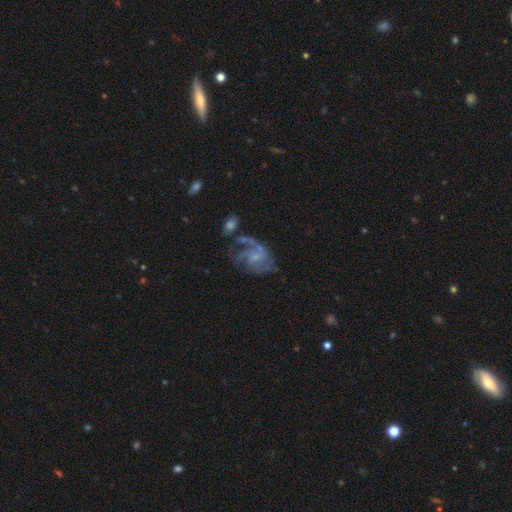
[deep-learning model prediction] A featured or disk galaxy (80%) with no bar (59%), 3 (29%) medium (46%) spiral arms (89%) and a small central bulge (52%).

Vote fractions:
- Smooth or featured? featured or disk: 80% / smooth: 12% / star or artifact: 8%
- Edge-on disk? no: 98% / yes: 2%
- Bar? no: 59% / weak: 35% / strong: 6%
- Spiral arms? yes: 89% / no: 11%
- Spiral winding? medium: 46% / loose: 27% / tight: 26%
- Spiral arm count? 3: 29% / can't tell: 24% / 2: 24% / 4: 9% / 1: 8% / more than 4: 6%
- Bulge size? small: 52% / none: 26% / moderate: 19% / large: 2% / dominant: 1%
- Merging? none: 42% / major disturbance: 29% / minor disturbance: 20% / merger: 9%